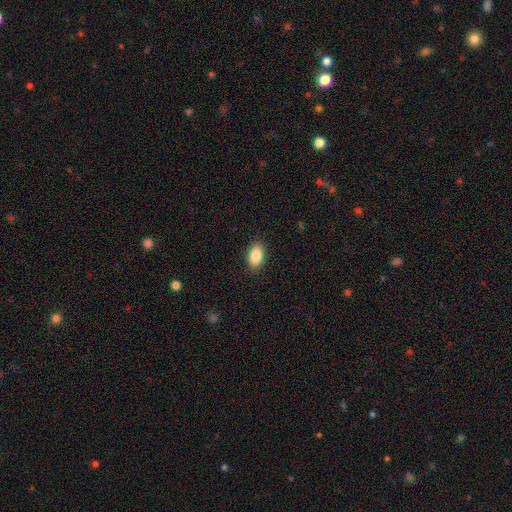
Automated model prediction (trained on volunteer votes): The model was most divided on "merging": none: 89%, minor disturbance: 8%, major disturbance: 2%, merger: 1%. More confident: how rounded — in between (91%); smooth or featured — smooth (88%).